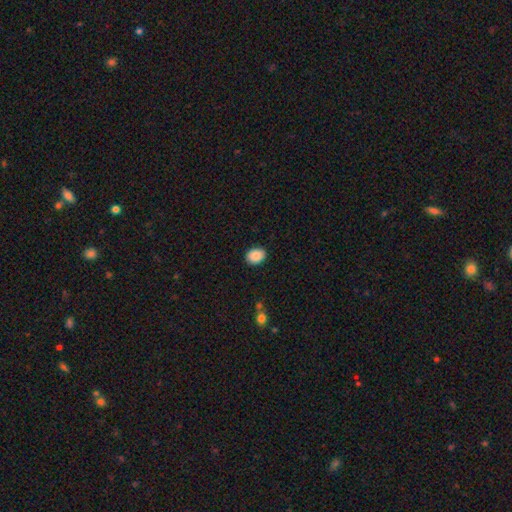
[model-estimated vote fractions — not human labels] Smooth or featured?
  - smooth: 89% *
  - star or artifact: 7%
  - featured or disk: 3%
How rounded?
  - in between: 64% *
  - round: 35%
  - cigar-shaped: 1%
Merging?
  - none: 88% *
  - minor disturbance: 8%
  - major disturbance: 2%
  - merger: 1%